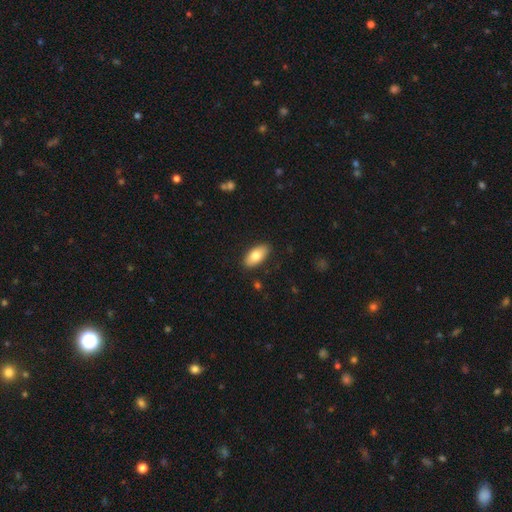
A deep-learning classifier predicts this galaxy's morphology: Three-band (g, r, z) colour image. It shows a smooth galaxy with no disk features (78%) that is in between round and cigar-shaped (91%). Merging: none (88%).